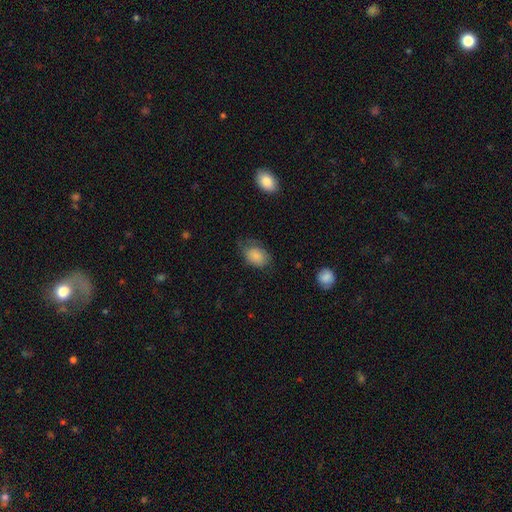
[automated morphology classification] This appears to be a smooth galaxy with no disk features (82%) that is in between round and cigar-shaped (81%). Merging: none (56%).